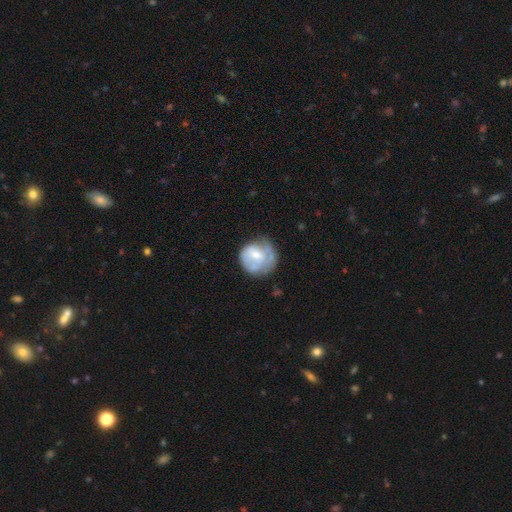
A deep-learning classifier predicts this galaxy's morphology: This is possibly a featured or disk galaxy (48%). Merging: possibly none (50%).